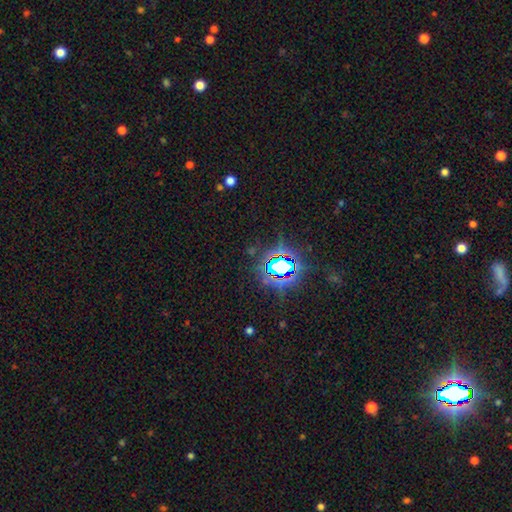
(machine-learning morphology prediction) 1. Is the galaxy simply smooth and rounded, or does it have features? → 82% star or artifact, 11% smooth, 7% featured or disk.